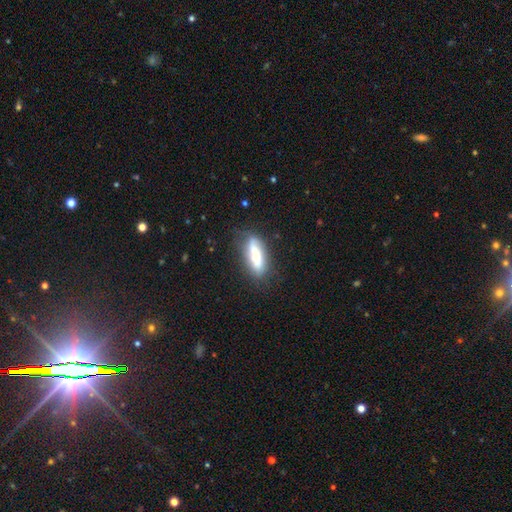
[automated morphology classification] type=smooth (61%); roundness=in between (52%); merging=none (73%).